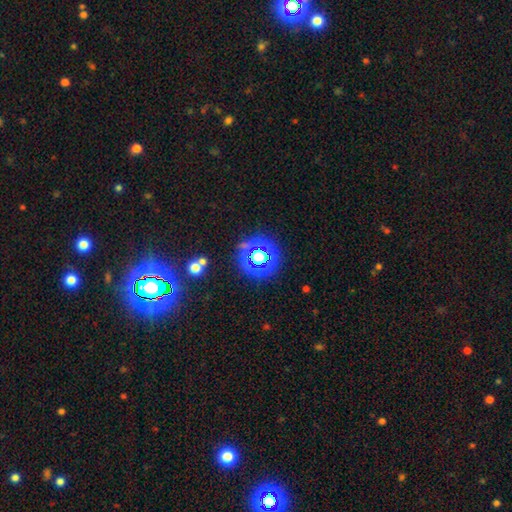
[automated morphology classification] A star or artifact, not a galaxy (77%).